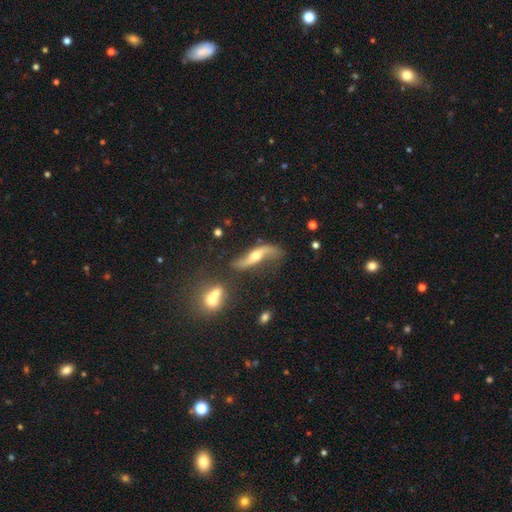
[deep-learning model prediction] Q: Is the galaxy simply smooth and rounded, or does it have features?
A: featured or disk — 81%.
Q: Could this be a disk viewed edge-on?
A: no — 76%.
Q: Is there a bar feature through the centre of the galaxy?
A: no — 54%.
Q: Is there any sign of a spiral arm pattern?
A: yes — 92%.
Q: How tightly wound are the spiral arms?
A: loose — 91%.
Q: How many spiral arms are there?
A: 2 — 91%.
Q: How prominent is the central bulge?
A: moderate — 63%.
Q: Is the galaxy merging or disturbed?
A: none — 60%.